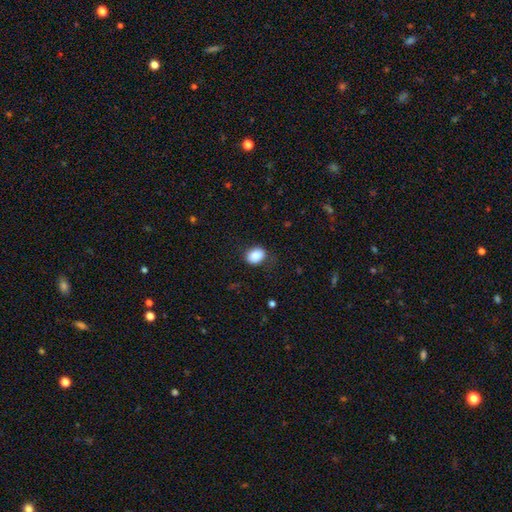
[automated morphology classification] This is clearly a smooth galaxy (88%). How rounded: likely in between (63%). Merging: likely none (74%).